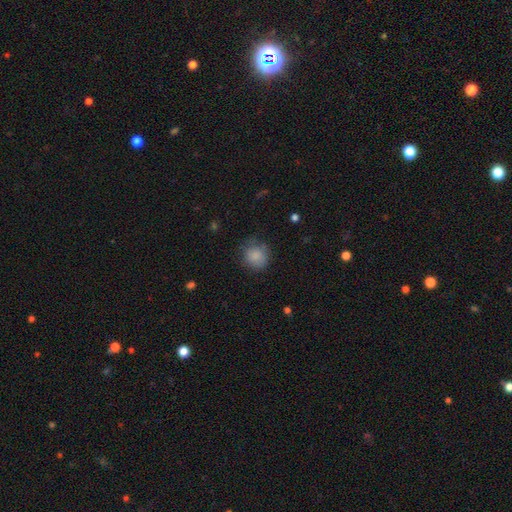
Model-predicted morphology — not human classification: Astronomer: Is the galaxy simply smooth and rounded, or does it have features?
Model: smooth — 84%.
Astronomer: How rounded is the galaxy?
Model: round — 85%.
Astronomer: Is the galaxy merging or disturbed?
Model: none — 71%.